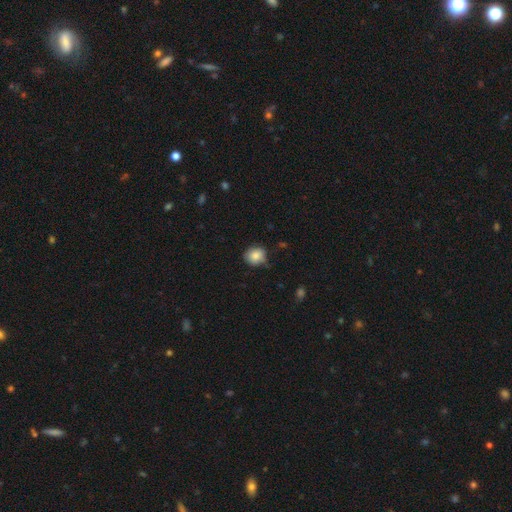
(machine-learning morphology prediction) Overall: smooth (84%). How rounded: round (78%). Merging: none (70%).